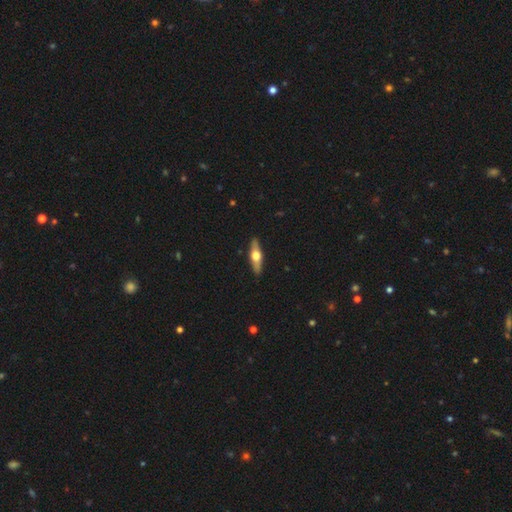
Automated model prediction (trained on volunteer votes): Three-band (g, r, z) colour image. It shows a featured or disk galaxy (61%) viewed edge-on (93%) with a rounded central bulge (96%). Merging: none (90%).